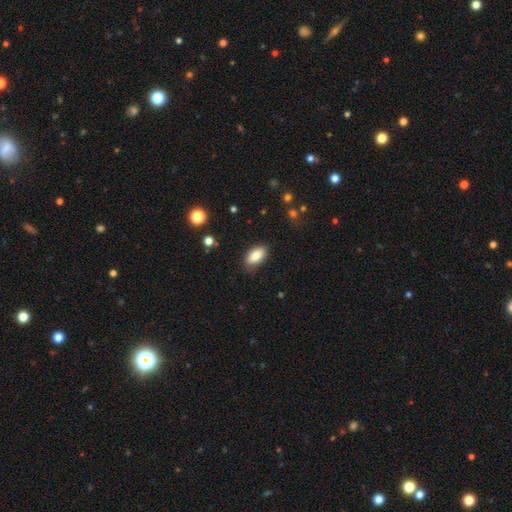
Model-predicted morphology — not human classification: smooth_or_featured: smooth (p=0.84) [alt: featured or disk p=0.08]
how_rounded: in between (p=0.92) [alt: round p=0.05]
merging: none (p=0.80) [alt: minor disturbance p=0.15]